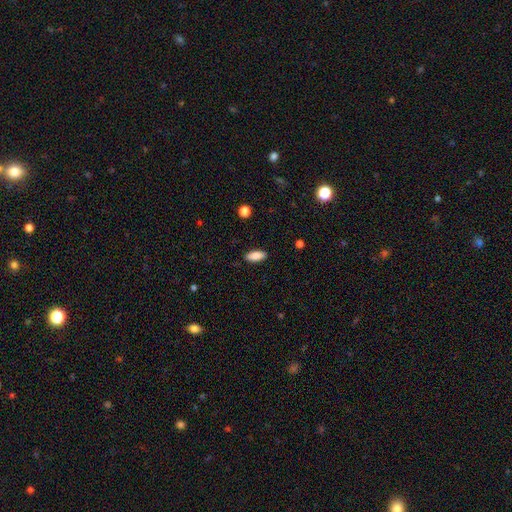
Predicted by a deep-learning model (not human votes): The model was most divided on "how rounded": in between: 83%, cigar-shaped: 15%, round: 2%. More confident: merging — none (88%); smooth or featured — smooth (87%).